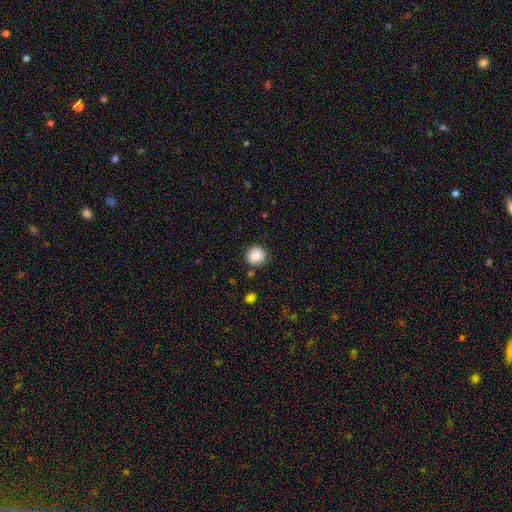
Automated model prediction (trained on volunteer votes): Smooth or featured?
  - smooth: 88% *
  - star or artifact: 9%
  - featured or disk: 3%
How rounded?
  - round: 93% *
  - in between: 6%
  - cigar-shaped: 1%
Merging?
  - none: 88% *
  - minor disturbance: 8%
  - major disturbance: 2%
  - merger: 2%